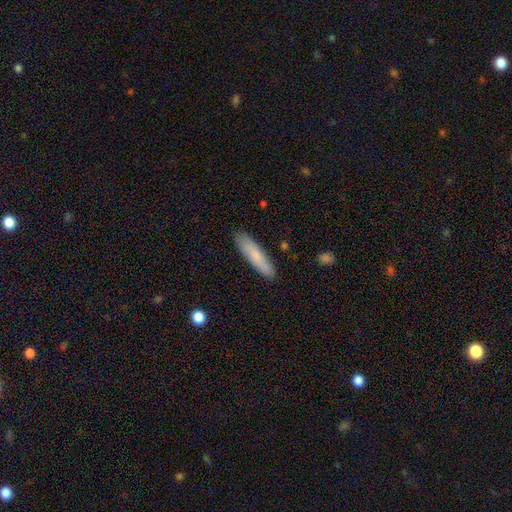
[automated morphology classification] This appears to be a smooth galaxy with no disk features (80%) that is cigar-shaped (78%). Merging: none (87%).